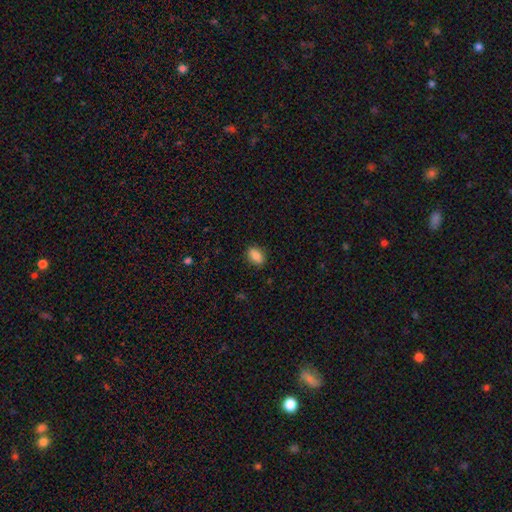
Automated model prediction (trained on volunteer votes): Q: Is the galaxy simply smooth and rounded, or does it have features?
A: smooth — 87%.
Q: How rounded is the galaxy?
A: in between — 87%.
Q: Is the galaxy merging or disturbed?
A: none — 88%.